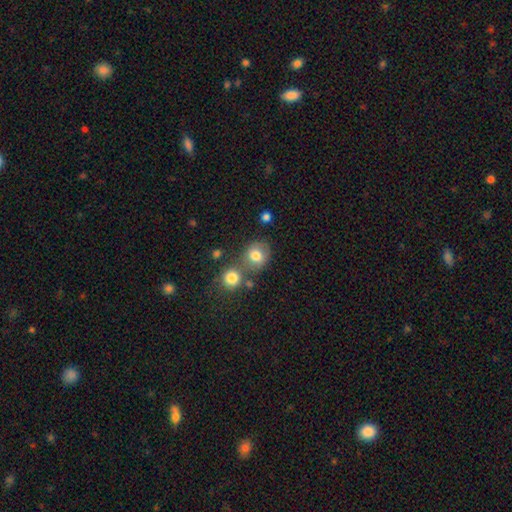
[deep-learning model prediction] Smooth or featured? smooth (78%)
How rounded? round (76%)
Merging? none (58%)